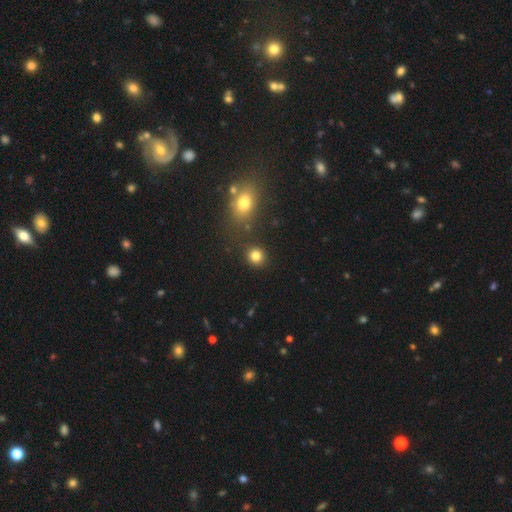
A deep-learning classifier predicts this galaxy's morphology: smooth 82%, star or artifact 12%, featured or disk 6%. Down the decision tree: how rounded — round (84%); merging — none (85%).